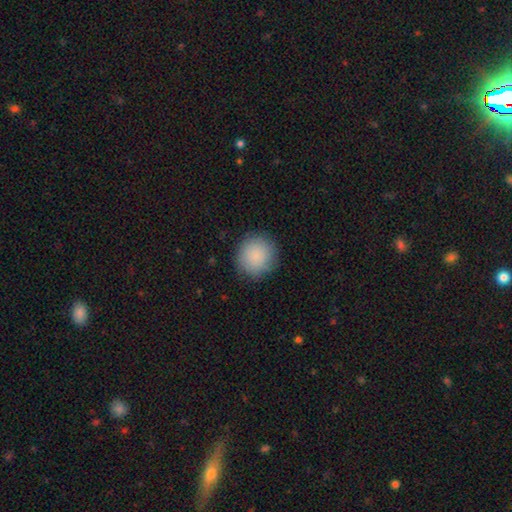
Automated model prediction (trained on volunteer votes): A smooth galaxy with no disk features (88%) that is round (92%). Merging: none (88%).